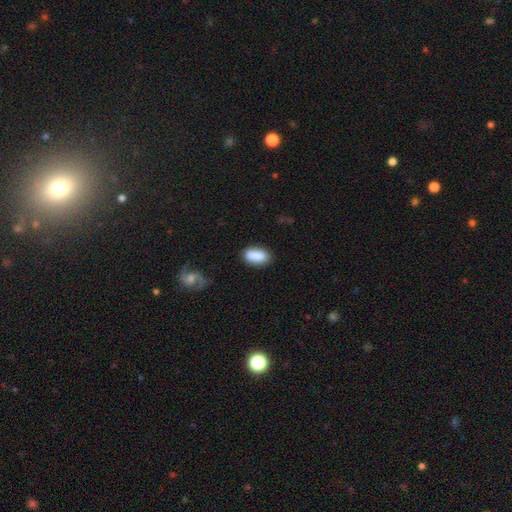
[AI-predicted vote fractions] A smooth galaxy with no disk features (87%) that is in between round and cigar-shaped (88%).

Vote fractions:
- Smooth or featured? smooth: 87% / star or artifact: 7% / featured or disk: 6%
- How rounded? in between: 88% / cigar-shaped: 8% / round: 4%
- Merging? none: 79% / minor disturbance: 14% / major disturbance: 3% / merger: 3%